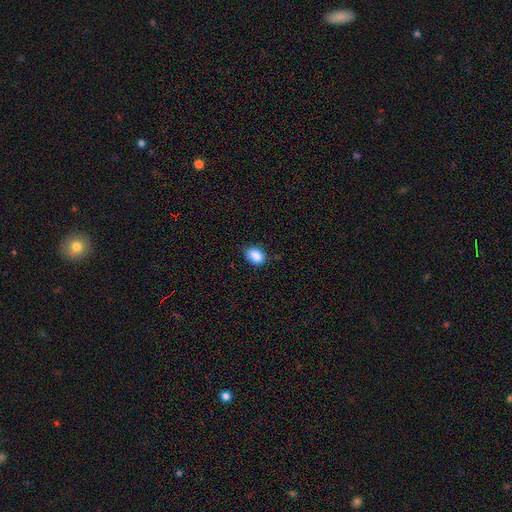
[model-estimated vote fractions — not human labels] The model was most divided on "how rounded": in between: 77%, round: 21%, cigar-shaped: 1%. More confident: smooth or featured — smooth (88%); merging — none (81%).